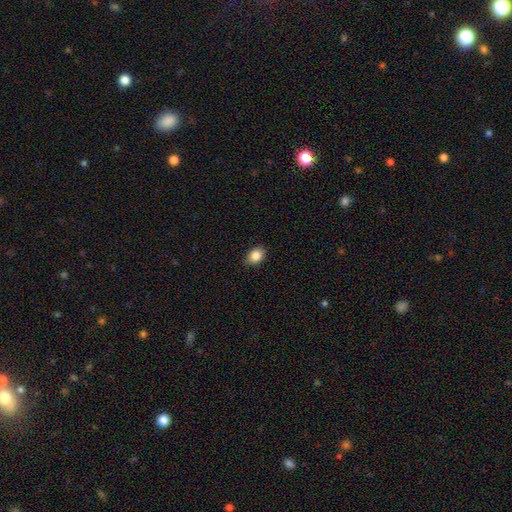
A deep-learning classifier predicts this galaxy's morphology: The model was most divided on "how rounded": in between: 70%, round: 29%, cigar-shaped: 1%. More confident: merging — none (86%); smooth or featured — smooth (85%).